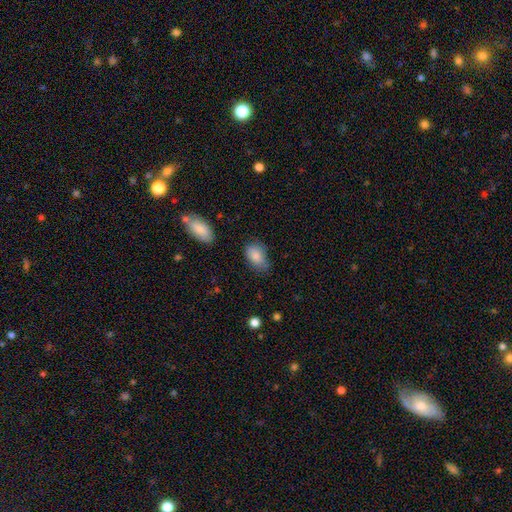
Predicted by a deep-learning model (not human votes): Smooth or featured? smooth (85%)
How rounded? in between (88%)
Merging? none (64%)